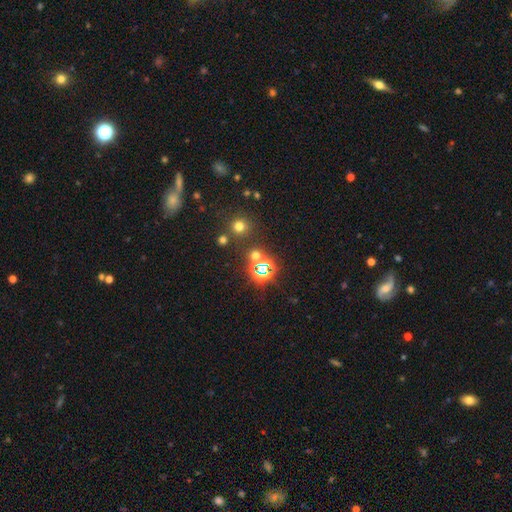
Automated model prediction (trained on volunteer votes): Smooth or featured? Predicted: star or artifact (p=0.55).